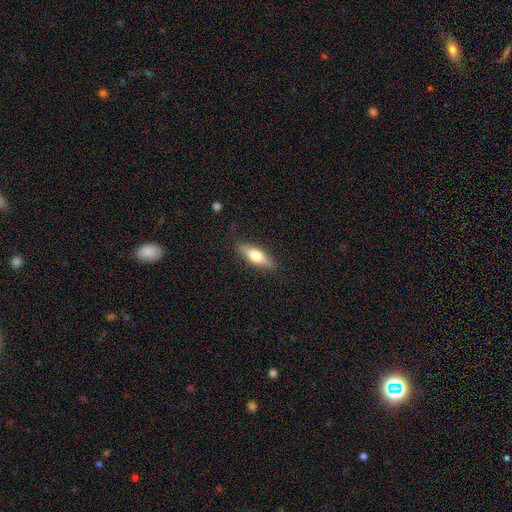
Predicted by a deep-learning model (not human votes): This appears to be a smooth galaxy with no disk features (54%) that is cigar-shaped (51%). Merging: none (87%).